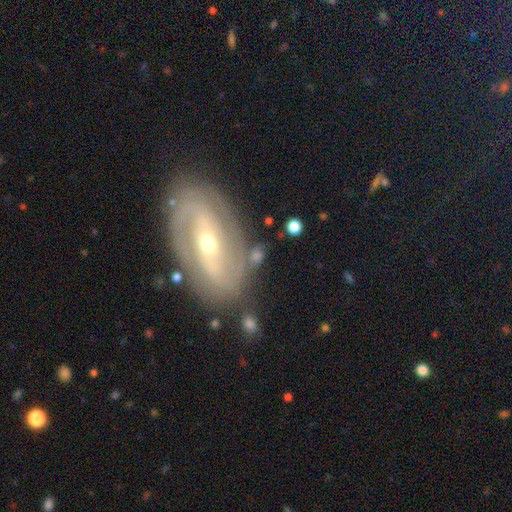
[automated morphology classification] smooth_or_featured: featured or disk (p=0.68) [alt: smooth p=0.24]
disk_edge_on: no (p=0.92) [alt: yes p=0.08]
bar: no (p=0.36) [alt: weak p=0.35]
has_spiral_arms: yes (p=0.82) [alt: no p=0.18]
spiral_winding: tight (p=0.48) [alt: medium p=0.38]
spiral_arm_count: 2 (p=0.70) [alt: can't tell p=0.14]
bulge_size: moderate (p=0.51) [alt: small p=0.43]
merging: none (p=0.72) [alt: minor disturbance p=0.16]